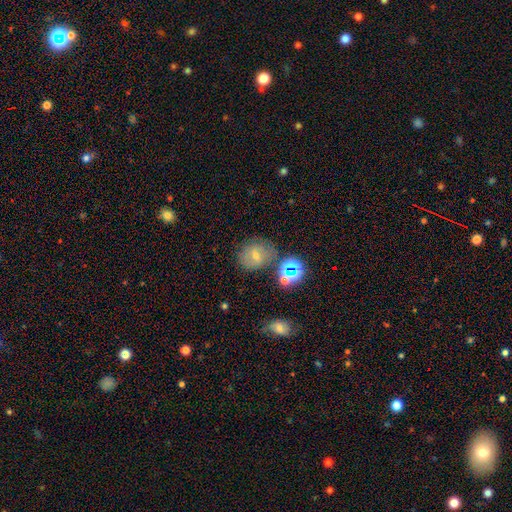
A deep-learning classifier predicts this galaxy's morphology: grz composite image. It shows a smooth galaxy with no disk features (53%) that is round (65%). Merging: none (65%).